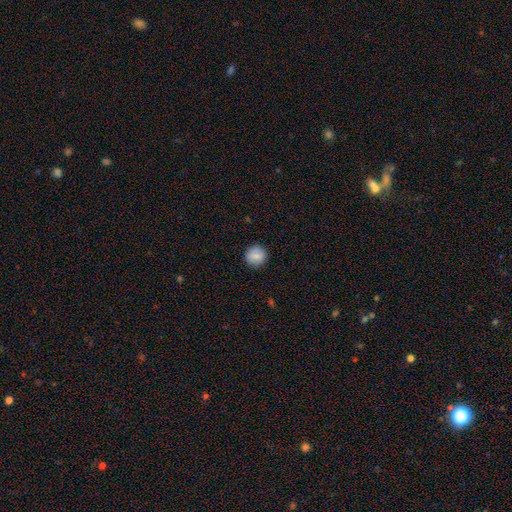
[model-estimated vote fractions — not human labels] A smooth galaxy with no disk features (83%) that is round (90%).

Vote fractions:
- Smooth or featured? smooth: 83% / featured or disk: 9% / star or artifact: 8%
- How rounded? round: 90% / in between: 9% / cigar-shaped: 1%
- Merging? none: 89% / minor disturbance: 8% / major disturbance: 2% / merger: 1%